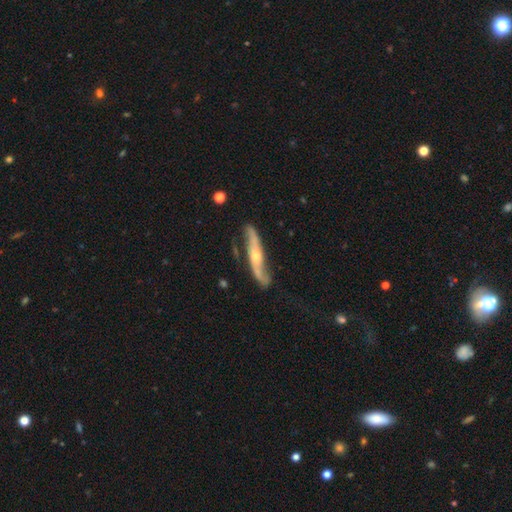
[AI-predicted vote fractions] Morphology: type=featured or disk (82%); edge-on=no (58%); merging=none (69%).